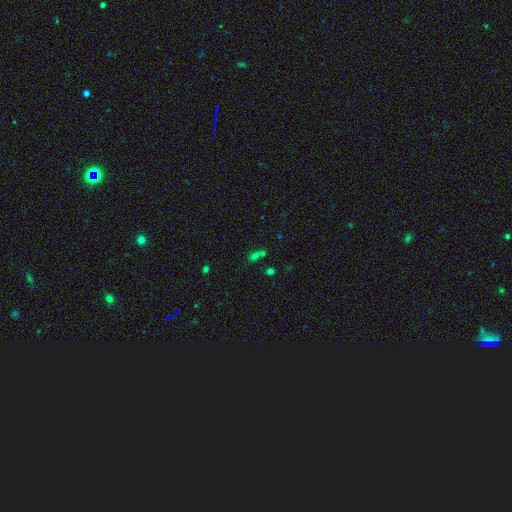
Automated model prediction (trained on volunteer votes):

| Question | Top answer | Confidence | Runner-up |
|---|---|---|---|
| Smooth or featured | smooth | 51% | star or artifact (36%) |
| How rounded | in between | 55% | round (37%) |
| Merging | none | 43% | merger (40%) |